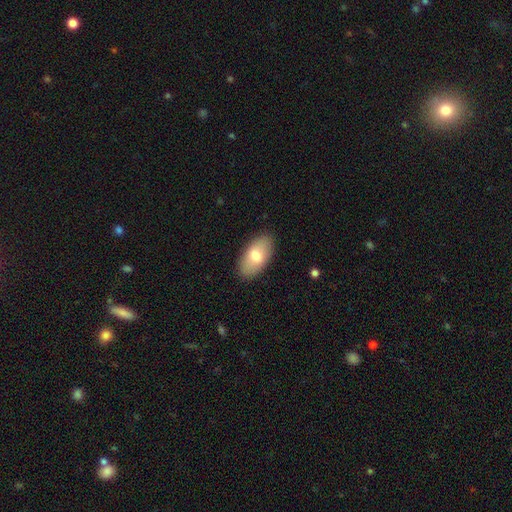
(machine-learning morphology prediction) smooth-or-featured: smooth: 74% | featured or disk: 20% | star or artifact: 6%
  how-rounded: in between: 93% | cigar-shaped: 3% | round: 3%
  merging: none: 87% | minor disturbance: 10% | major disturbance: 2% | merger: 1%